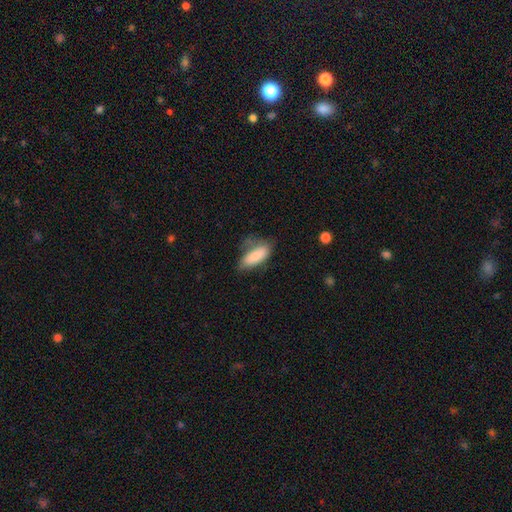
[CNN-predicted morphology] type=smooth (82%); roundness=in between (76%); merging=none (45%).